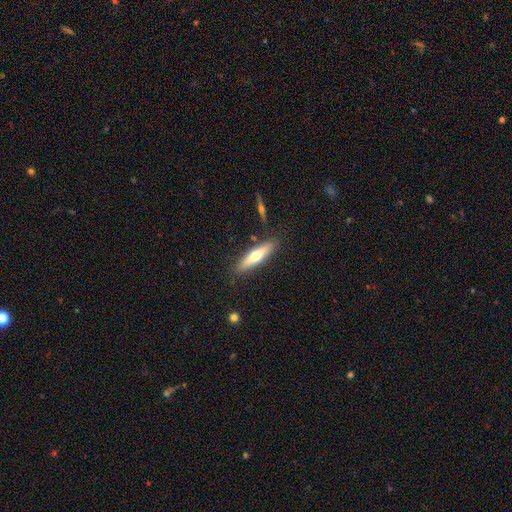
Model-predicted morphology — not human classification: smooth 54%, featured or disk 40%, star or artifact 6%. Down the decision tree: how rounded — cigar-shaped (72%); merging — none (84%).